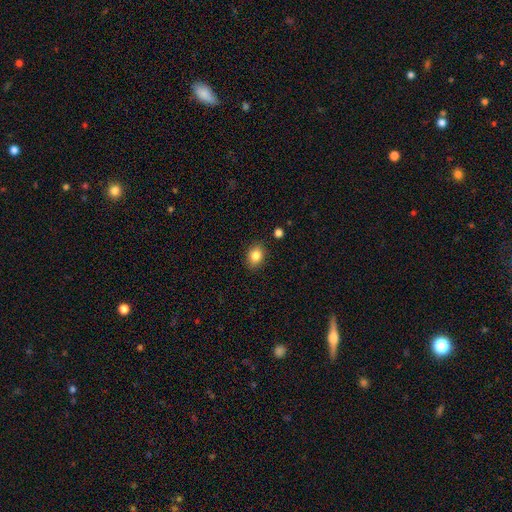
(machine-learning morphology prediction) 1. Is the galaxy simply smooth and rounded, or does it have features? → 84% smooth, 10% star or artifact, 6% featured or disk.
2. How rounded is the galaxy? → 58% in between, 41% round, 1% cigar-shaped.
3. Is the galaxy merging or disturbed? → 87% none, 9% minor disturbance, 2% major disturbance, 2% merger.